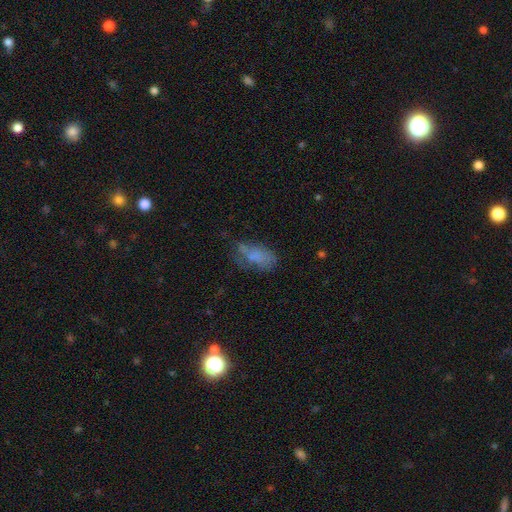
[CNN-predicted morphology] smooth-or-featured: smooth: 56% | featured or disk: 30% | star or artifact: 14%
  how-rounded: in between: 87% | cigar-shaped: 7% | round: 6%
  merging: none: 39% | minor disturbance: 29% | major disturbance: 26% | merger: 6%